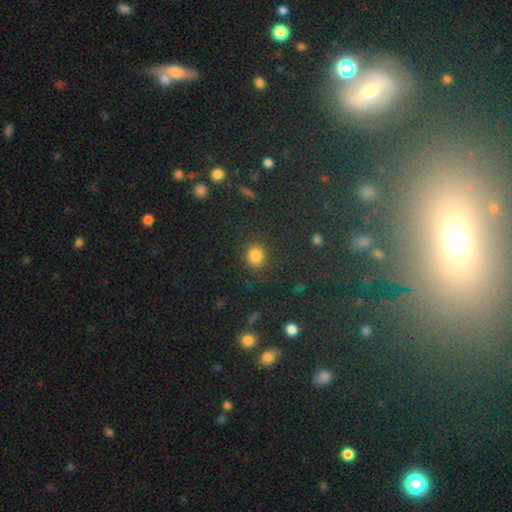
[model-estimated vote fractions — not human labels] smooth-or-featured: smooth: 79% | star or artifact: 15% | featured or disk: 6%
  how-rounded: round: 74% | in between: 24% | cigar-shaped: 2%
  merging: none: 82% | minor disturbance: 10% | major disturbance: 5% | merger: 3%